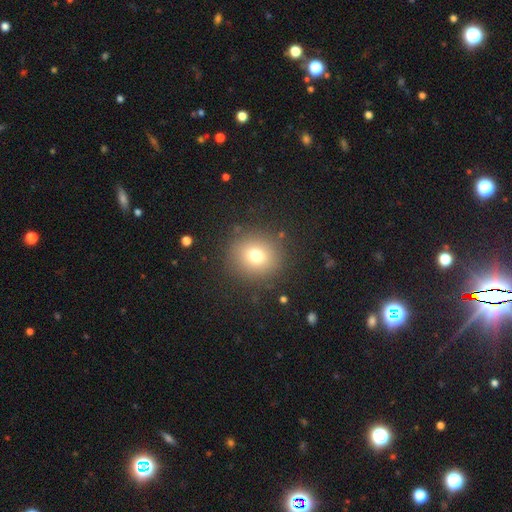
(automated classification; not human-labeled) Q: Smooth or featured?
A: smooth (74%); runner-up: star or artifact (15%)
Q: How rounded?
A: round (89%); runner-up: in between (10%)
Q: Merging?
A: none (87%); runner-up: minor disturbance (7%)